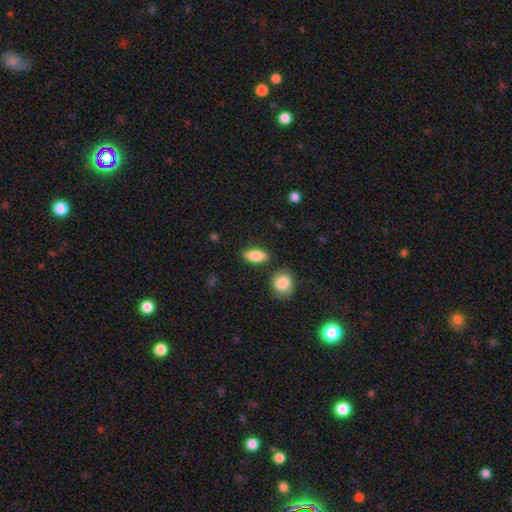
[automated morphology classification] smooth-or-featured: smooth: 81% | featured or disk: 12% | star or artifact: 7%
  how-rounded: in between: 83% | cigar-shaped: 11% | round: 5%
  merging: none: 80% | minor disturbance: 12% | merger: 5% | major disturbance: 3%